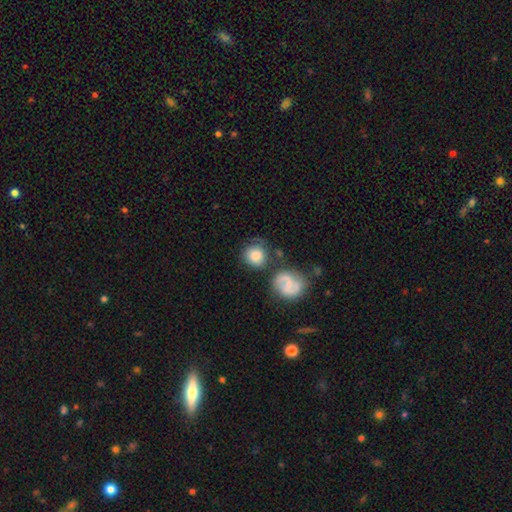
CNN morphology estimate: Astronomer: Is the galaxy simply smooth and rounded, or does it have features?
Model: smooth — 76%.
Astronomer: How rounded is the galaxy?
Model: round — 85%.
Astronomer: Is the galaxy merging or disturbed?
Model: none — 63%.